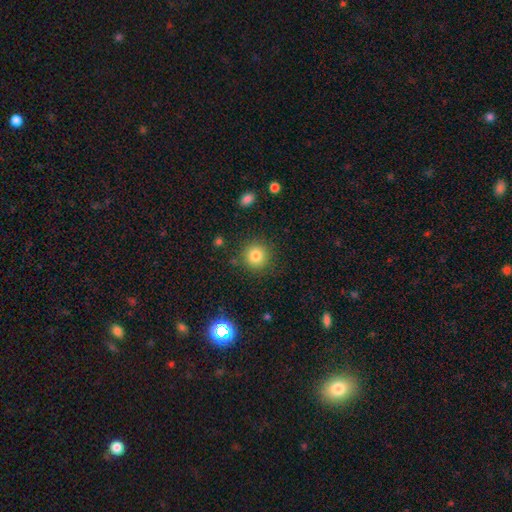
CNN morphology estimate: A smooth galaxy with no disk features (82%) that is round (93%).

Vote fractions:
- Smooth or featured? smooth: 82% / star or artifact: 11% / featured or disk: 6%
- How rounded? round: 93% / in between: 6% / cigar-shaped: 1%
- Merging? none: 87% / minor disturbance: 8% / major disturbance: 3% / merger: 2%